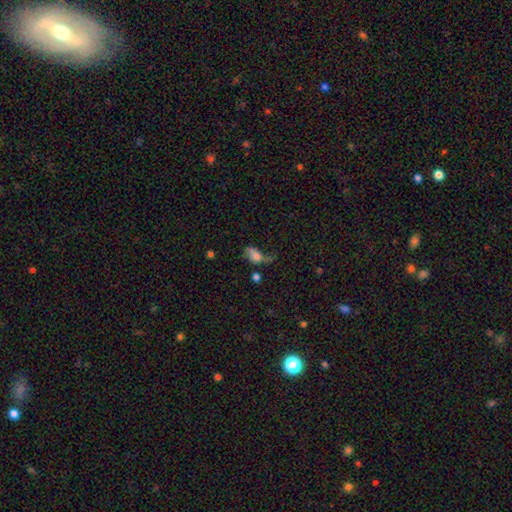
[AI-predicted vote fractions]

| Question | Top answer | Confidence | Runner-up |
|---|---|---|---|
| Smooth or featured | smooth | 54% | featured or disk (32%) |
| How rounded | in between | 83% | round (13%) |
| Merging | major disturbance | 40% | none (27%) |